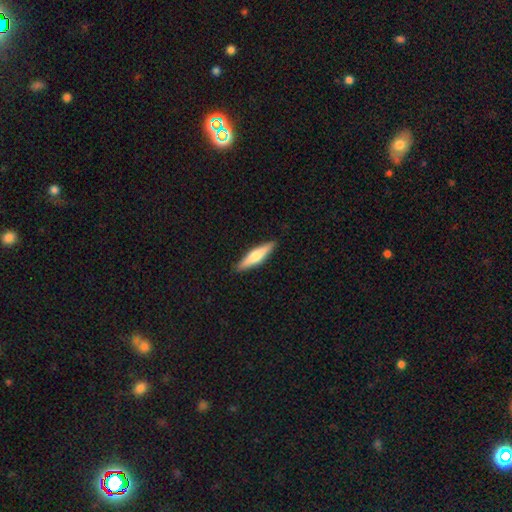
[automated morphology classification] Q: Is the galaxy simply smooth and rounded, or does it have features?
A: smooth — 51%.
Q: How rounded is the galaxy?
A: cigar-shaped — 80%.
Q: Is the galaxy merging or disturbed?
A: none — 90%.